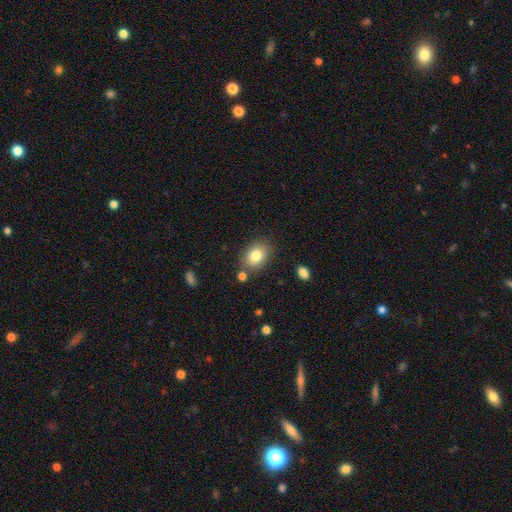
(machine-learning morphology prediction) A smooth galaxy with no disk features (83%) that is in between round and cigar-shaped (75%).

Vote fractions:
- Smooth or featured? smooth: 83% / featured or disk: 9% / star or artifact: 9%
- How rounded? in between: 75% / round: 24% / cigar-shaped: 1%
- Merging? none: 80% / minor disturbance: 12% / merger: 5% / major disturbance: 3%